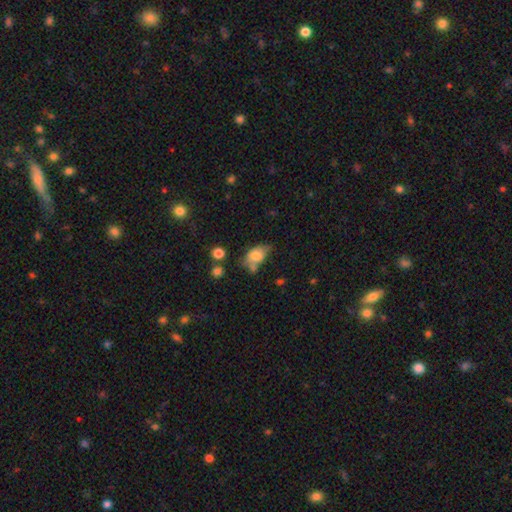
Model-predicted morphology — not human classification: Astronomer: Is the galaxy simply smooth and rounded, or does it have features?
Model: smooth — 73%.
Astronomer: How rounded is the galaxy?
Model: in between — 86%.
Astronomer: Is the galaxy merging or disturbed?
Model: none — 35% (runner-up: minor disturbance, 32%).